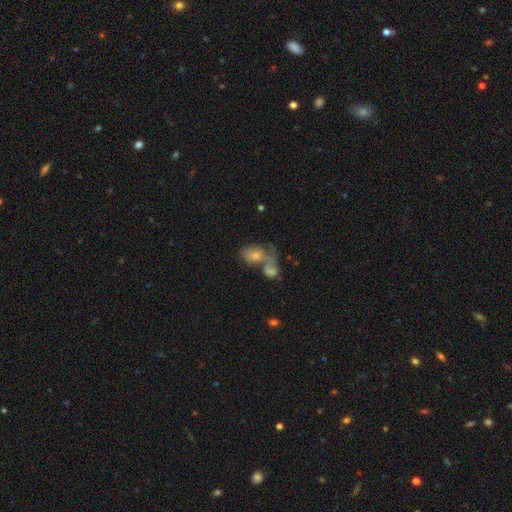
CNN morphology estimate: Smooth or featured? smooth (44%)
Merging? merger (49%)